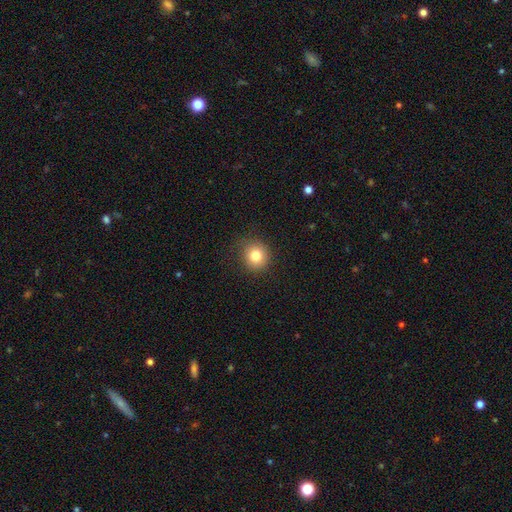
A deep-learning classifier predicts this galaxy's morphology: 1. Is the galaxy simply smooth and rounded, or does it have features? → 81% smooth, 11% star or artifact, 8% featured or disk.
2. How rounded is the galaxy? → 90% round, 9% in between, 1% cigar-shaped.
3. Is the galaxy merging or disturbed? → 86% none, 10% minor disturbance, 3% major disturbance, 1% merger.